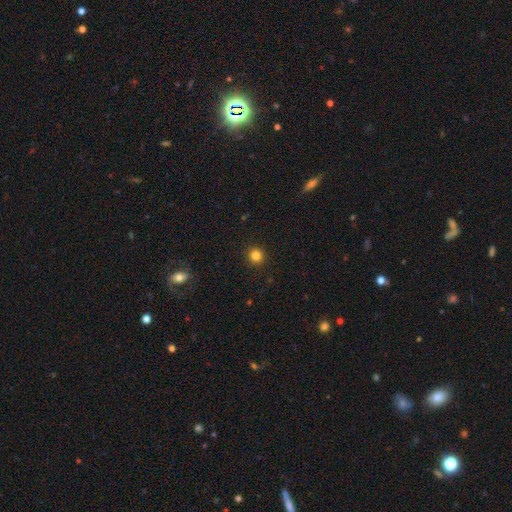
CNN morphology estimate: This appears to be a smooth galaxy with no disk features (82%) that is round (94%). Merging: none (93%).